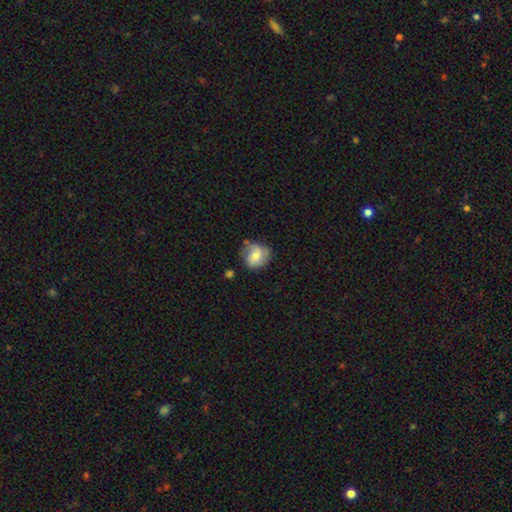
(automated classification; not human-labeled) Smooth or featured: smooth — 56% (featured or disk — 36%)
How rounded: round — 67% (in between — 32%)
Merging: none — 54% (minor disturbance — 31%)